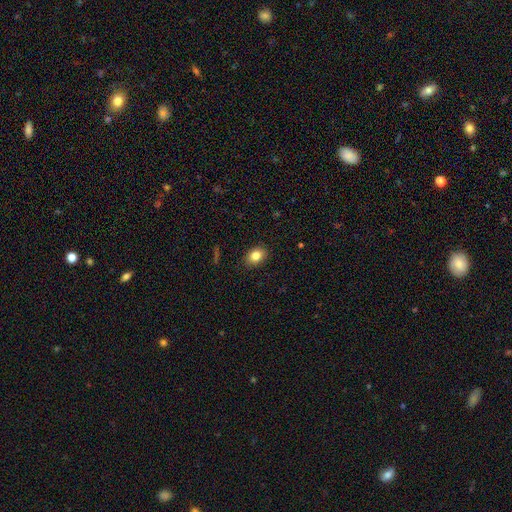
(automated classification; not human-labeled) smooth 83%, star or artifact 9%, featured or disk 8%. Down the decision tree: how rounded — in between (70%); merging — none (88%).